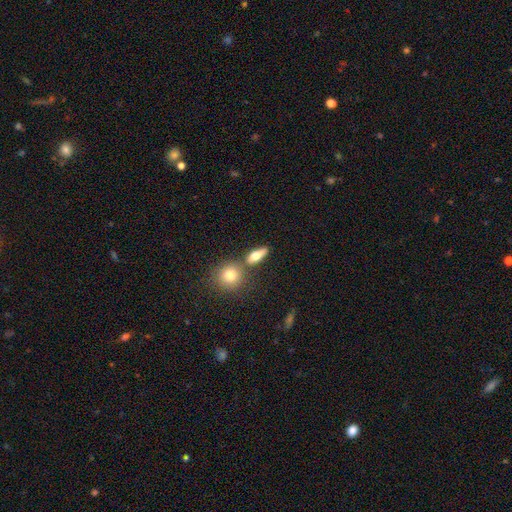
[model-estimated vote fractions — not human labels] Smooth or featured: smooth — 67% (featured or disk — 23%)
How rounded: in between — 59% (cigar-shaped — 24%)
Merging: none — 69% (merger — 16%)